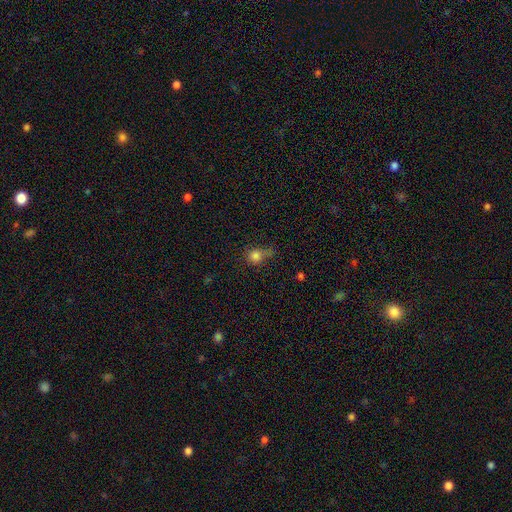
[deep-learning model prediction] The model was most divided on "merging": none: 40%, minor disturbance: 31%, major disturbance: 20%, merger: 8%. More confident: smooth or featured — smooth (78%); how rounded — round (74%).